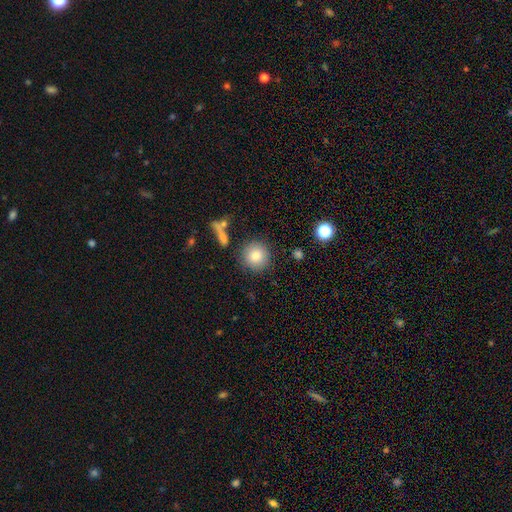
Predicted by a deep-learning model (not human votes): Q: Smooth or featured?
A: smooth (84%); runner-up: star or artifact (9%)
Q: How rounded?
A: round (92%); runner-up: in between (7%)
Q: Merging?
A: none (84%); runner-up: minor disturbance (9%)